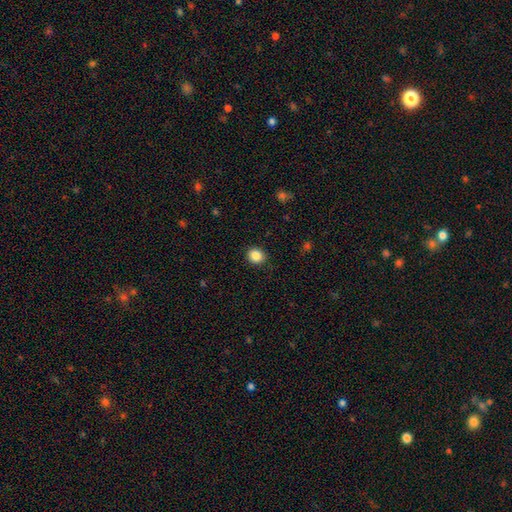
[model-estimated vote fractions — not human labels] Smooth or featured? Predicted: smooth (p=0.87). How rounded? Predicted: round (p=0.77). Merging? Predicted: none (p=0.90).